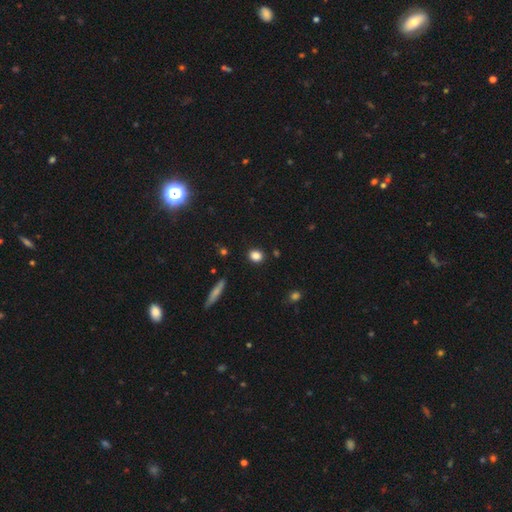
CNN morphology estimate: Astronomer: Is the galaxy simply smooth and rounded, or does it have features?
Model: smooth — 85%.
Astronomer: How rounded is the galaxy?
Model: round — 63%.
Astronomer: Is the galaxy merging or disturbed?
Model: none — 89%.